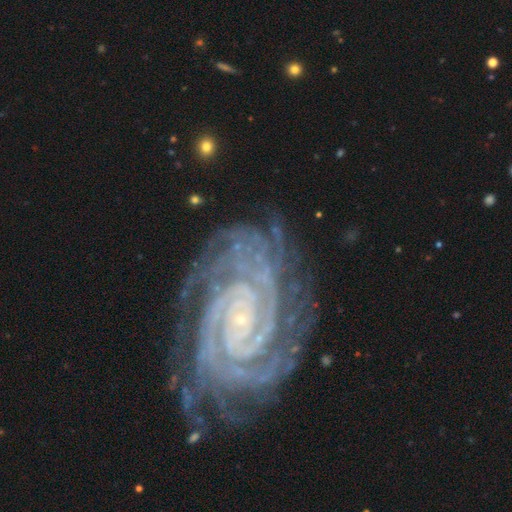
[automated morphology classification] Smooth or featured? featured or disk (92%)
Edge-on disk? no (98%)
Bar? no (69%)
Spiral arms? yes (99%)
Spiral winding? tight (86%)
Spiral arm count? 2 (31%)
Bulge size? small (89%)
Merging? none (74%)